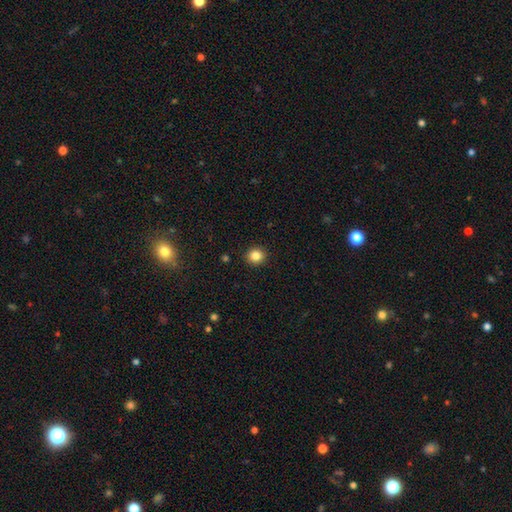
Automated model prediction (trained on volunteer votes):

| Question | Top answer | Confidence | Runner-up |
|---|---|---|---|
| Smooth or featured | smooth | 84% | star or artifact (11%) |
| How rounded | round | 89% | in between (10%) |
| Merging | none | 92% | minor disturbance (5%) |